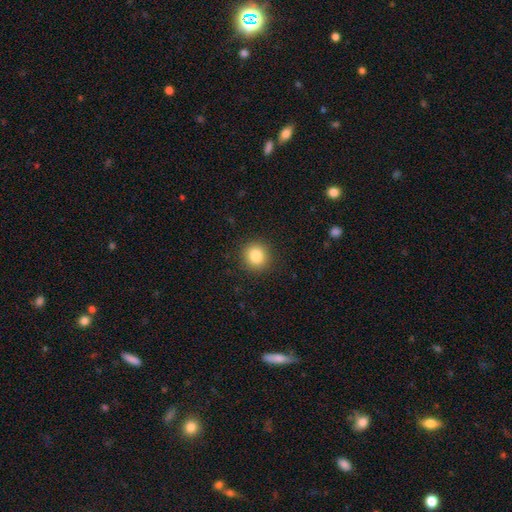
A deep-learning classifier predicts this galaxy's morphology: smooth-or-featured: smooth: 84% | star or artifact: 10% | featured or disk: 5%
  how-rounded: round: 90% | in between: 9% | cigar-shaped: 1%
  merging: none: 91% | minor disturbance: 6% | major disturbance: 2% | merger: 1%